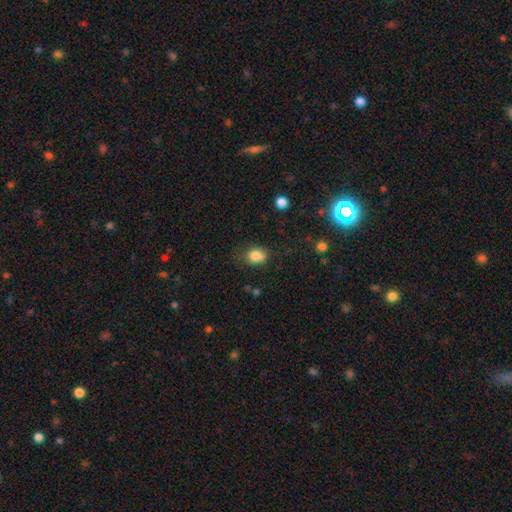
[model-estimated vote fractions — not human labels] Smooth or featured? Predicted: smooth (p=0.82). How rounded? Predicted: round (p=0.51). Merging? Predicted: none (p=0.63).